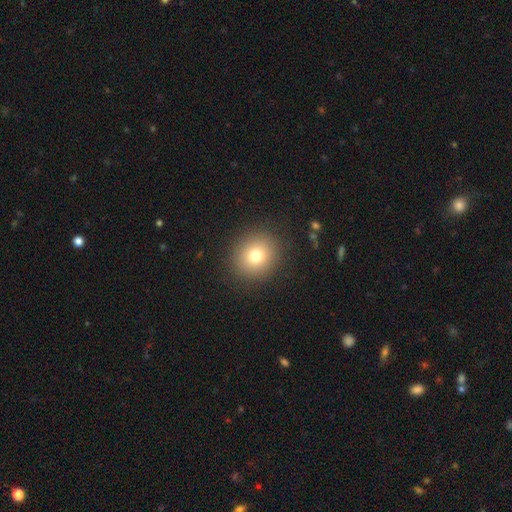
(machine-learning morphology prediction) smooth 76%, star or artifact 13%, featured or disk 10%. Down the decision tree: how rounded — round (86%); merging — none (89%).